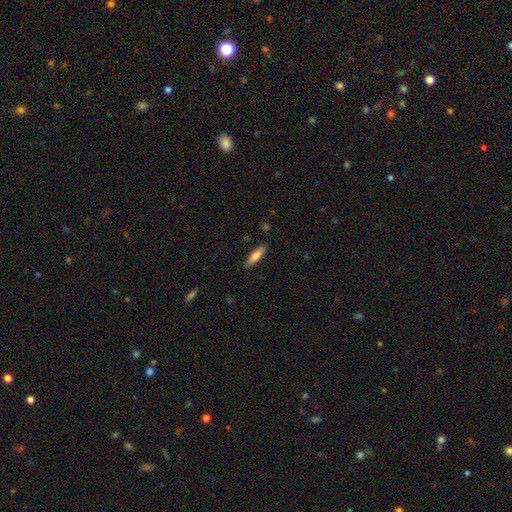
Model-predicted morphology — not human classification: The model was most divided on "how rounded": cigar-shaped: 60%, in between: 38%, round: 2%. More confident: merging — none (87%); smooth or featured — smooth (77%).